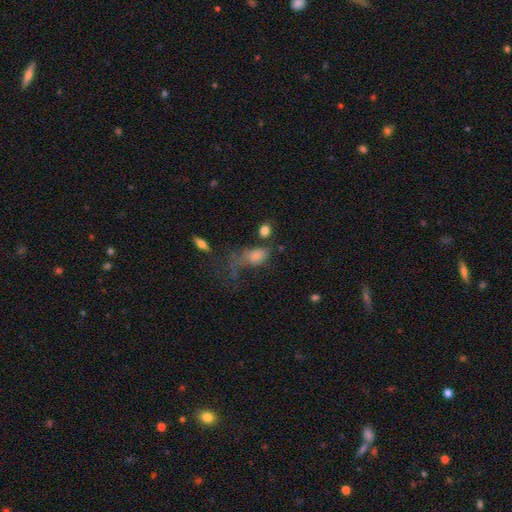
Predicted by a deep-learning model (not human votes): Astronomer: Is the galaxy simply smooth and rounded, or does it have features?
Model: smooth — 62%.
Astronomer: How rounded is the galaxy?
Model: in between — 77%.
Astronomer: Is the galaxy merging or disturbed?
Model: major disturbance — 49%.